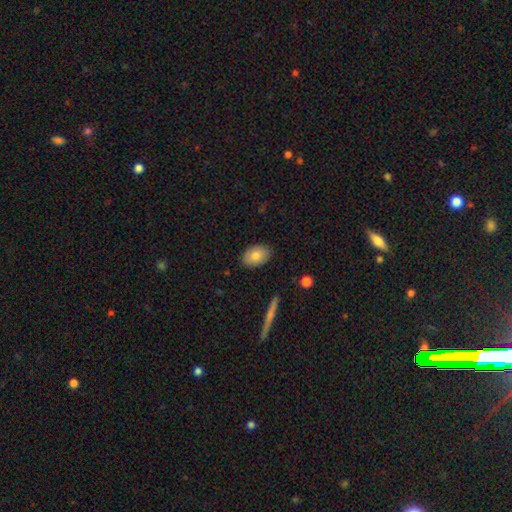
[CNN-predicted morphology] Q: Smooth or featured?
A: smooth (82%); runner-up: featured or disk (12%)
Q: How rounded?
A: in between (89%); runner-up: round (9%)
Q: Merging?
A: none (87%); runner-up: minor disturbance (10%)